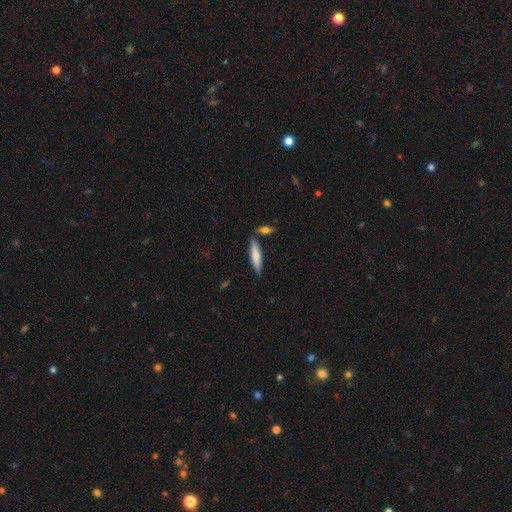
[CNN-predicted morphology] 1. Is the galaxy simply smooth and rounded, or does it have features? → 76% smooth, 19% featured or disk, 5% star or artifact.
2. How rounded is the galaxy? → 84% cigar-shaped, 15% in between, 1% round.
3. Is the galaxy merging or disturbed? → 79% none, 11% minor disturbance, 8% merger, 2% major disturbance.